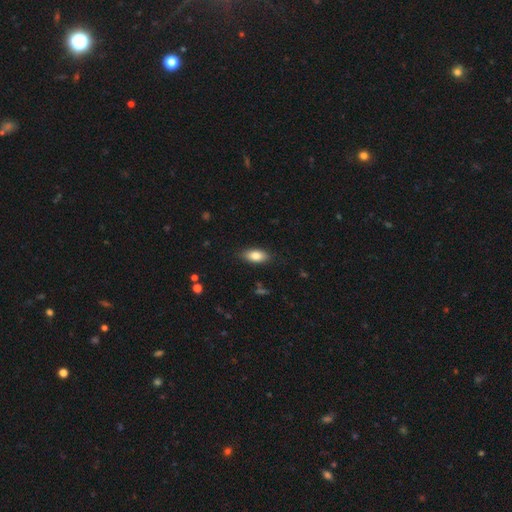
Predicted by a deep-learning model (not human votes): Smooth or featured? smooth (82%)
How rounded? in between (87%)
Merging? none (85%)